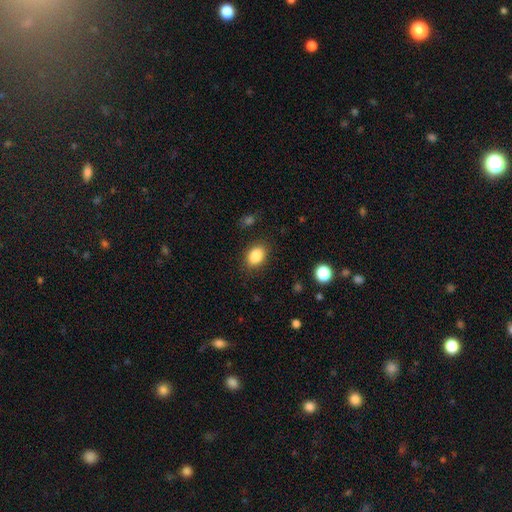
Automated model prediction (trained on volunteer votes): Smooth or featured: smooth — 86% (star or artifact — 9%)
How rounded: in between — 73% (round — 26%)
Merging: none — 84% (minor disturbance — 11%)